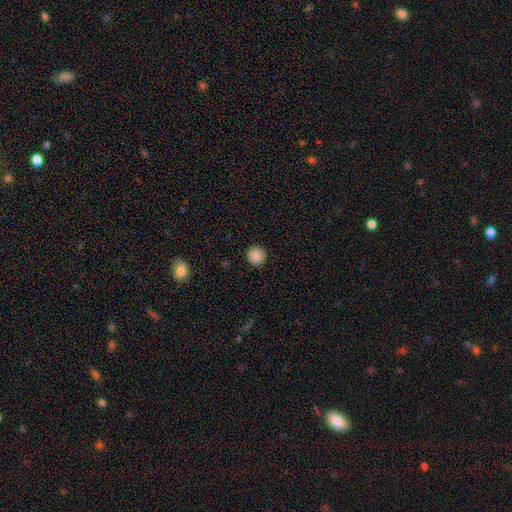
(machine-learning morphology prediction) Smooth or featured? Predicted: smooth (p=0.88). How rounded? Predicted: round (p=0.94). Merging? Predicted: none (p=0.91).